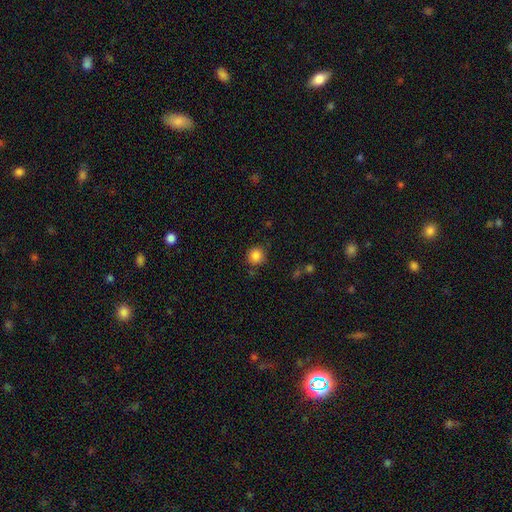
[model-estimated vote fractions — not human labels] The model was most divided on "merging": none: 83%, minor disturbance: 11%, major disturbance: 3%, merger: 3%. More confident: how rounded — round (91%); smooth or featured — smooth (85%).